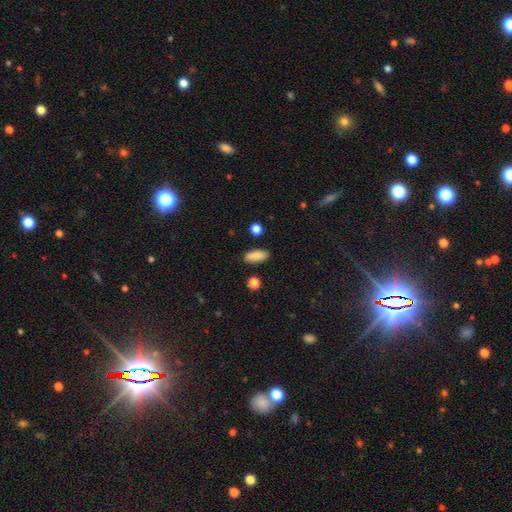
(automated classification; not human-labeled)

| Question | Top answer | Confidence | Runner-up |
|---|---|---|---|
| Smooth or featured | smooth | 87% | star or artifact (7%) |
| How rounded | in between | 80% | cigar-shaped (17%) |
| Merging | none | 85% | minor disturbance (10%) |